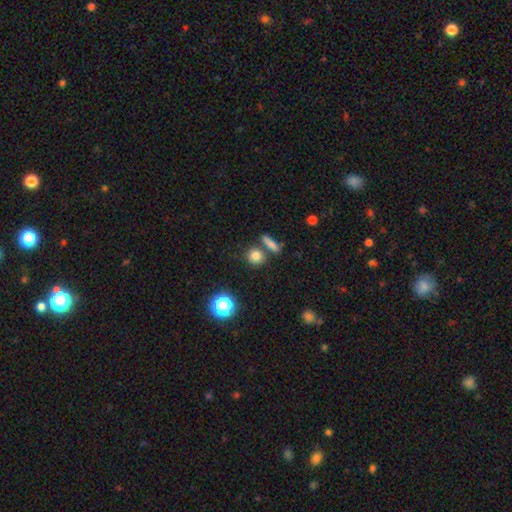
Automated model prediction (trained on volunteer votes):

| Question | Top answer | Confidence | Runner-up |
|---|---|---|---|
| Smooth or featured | smooth | 80% | star or artifact (13%) |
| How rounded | round | 82% | in between (15%) |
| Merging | none | 70% | merger (18%) |